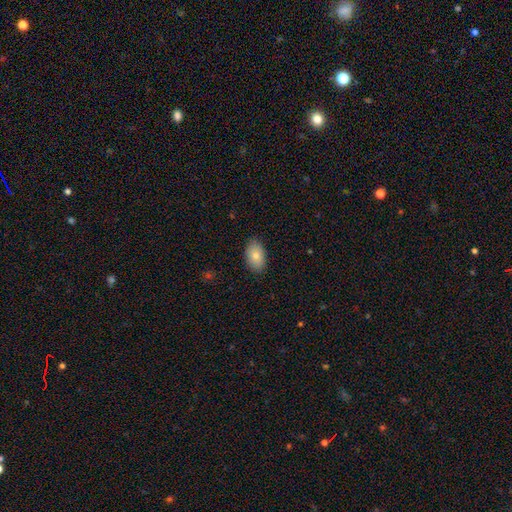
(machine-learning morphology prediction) The model was most divided on "smooth or featured": smooth: 80%, featured or disk: 13%, star or artifact: 8%. More confident: how rounded — in between (91%); merging — none (86%).